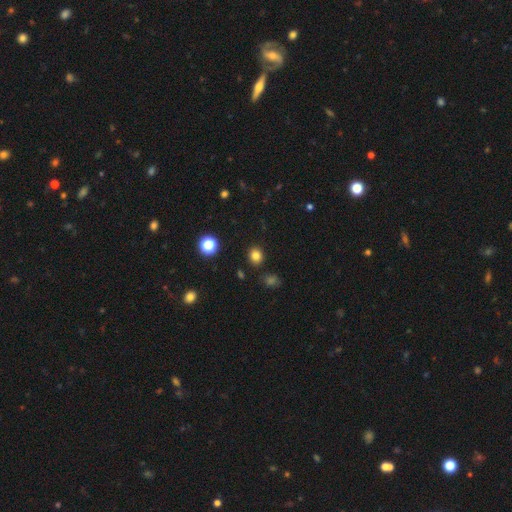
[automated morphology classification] Smooth or featured?
  - smooth: 81% *
  - star or artifact: 14%
  - featured or disk: 5%
How rounded?
  - round: 75% *
  - in between: 24%
  - cigar-shaped: 1%
Merging?
  - none: 88% *
  - minor disturbance: 7%
  - major disturbance: 2%
  - merger: 2%